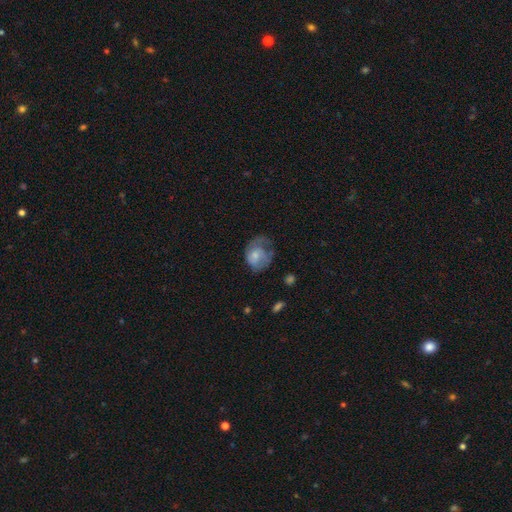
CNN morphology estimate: This is possibly a featured or disk galaxy (50%). Merging: marginally none (36%).